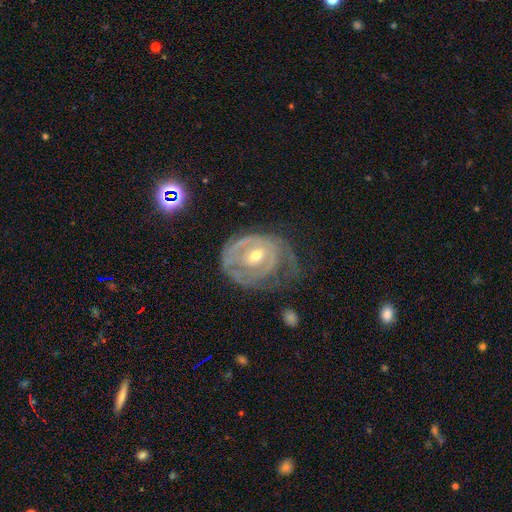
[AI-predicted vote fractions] A featured or disk galaxy (82%) with a weak bar (42%), tight (68%) spiral arms (80%) and a moderate central bulge (58%).

Vote fractions:
- Smooth or featured? featured or disk: 82% / smooth: 12% / star or artifact: 7%
- Edge-on disk? no: 96% / yes: 4%
- Bar? weak: 42% / no: 40% / strong: 18%
- Spiral arms? yes: 80% / no: 20%
- Spiral winding? tight: 68% / medium: 23% / loose: 9%
- Spiral arm count? can't tell: 44% / 2: 26% / 1: 12% / 3: 11% / 4: 4% / more than 4: 3%
- Bulge size? moderate: 58% / small: 38% / large: 2% / none: 1% / dominant: 1%
- Merging? none: 46% / minor disturbance: 27% / major disturbance: 24% / merger: 2%